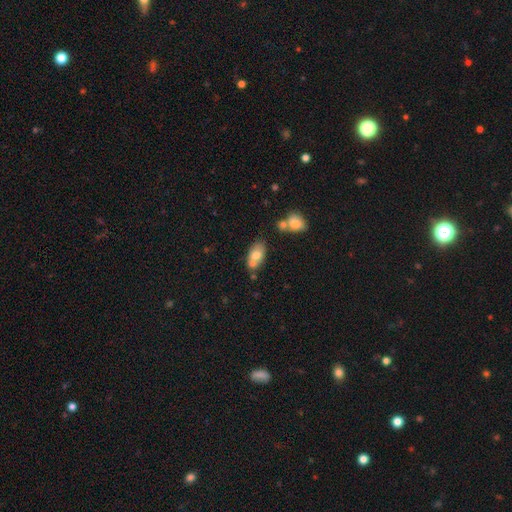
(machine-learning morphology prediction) Smooth or featured?
  - smooth: 71% *
  - featured or disk: 21%
  - star or artifact: 8%
How rounded?
  - in between: 88% *
  - round: 9%
  - cigar-shaped: 3%
Merging?
  - none: 49% *
  - merger: 30%
  - minor disturbance: 16%
  - major disturbance: 5%